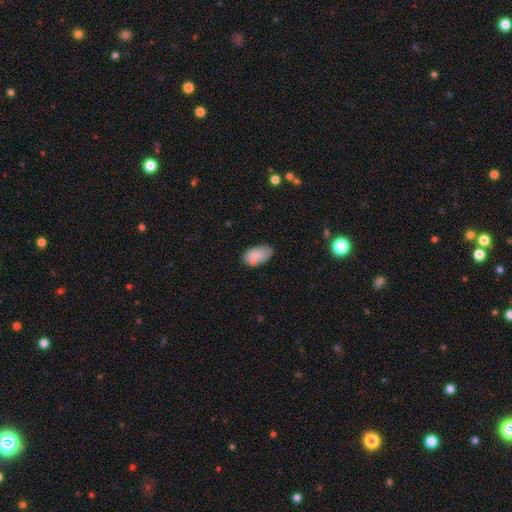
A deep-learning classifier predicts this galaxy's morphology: Overall: smooth (83%). How rounded: in between (94%). Merging: none (66%).